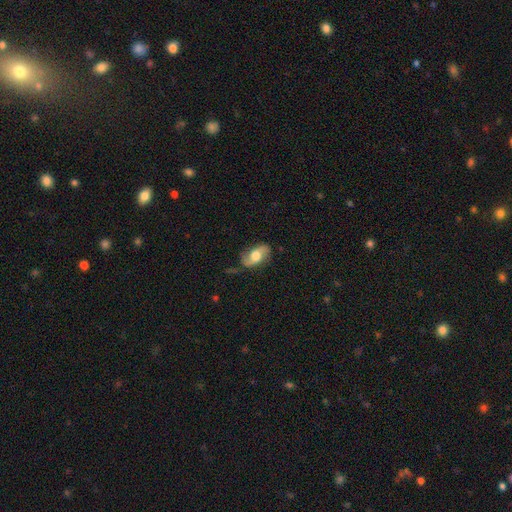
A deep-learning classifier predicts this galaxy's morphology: smooth-or-featured: featured or disk: 65% | smooth: 28% | star or artifact: 7%
  disk-edge-on: no: 94% | yes: 6%
    bar: no: 57% | weak: 34% | strong: 9%
    has-spiral-arms: yes: 89% | no: 11%
      spiral-winding: loose: 59% | medium: 30% | tight: 10%
      spiral-arm-count: 2: 90% | can't tell: 4% | 1: 3% | 3: 1% | 4: 1% | more than 4: 1%
    bulge-size: moderate: 54% | large: 34% | small: 8% | dominant: 3% | none: 2%
  merging: none: 72% | minor disturbance: 19% | major disturbance: 7% | merger: 2%